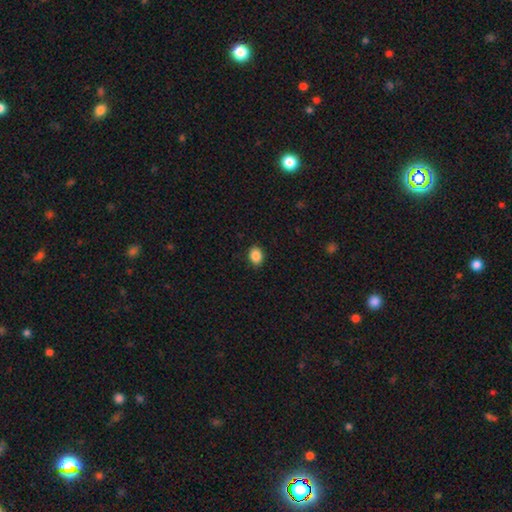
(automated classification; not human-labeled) Morphology: type=smooth (88%); roundness=in between (57%); merging=none (90%).